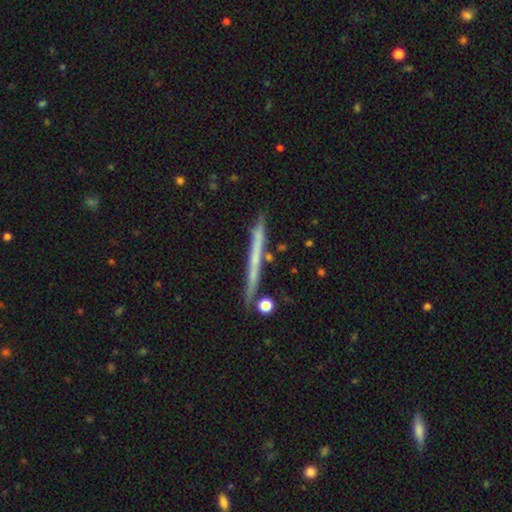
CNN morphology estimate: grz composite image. It shows a featured or disk galaxy (49%). Merging: none (83%).